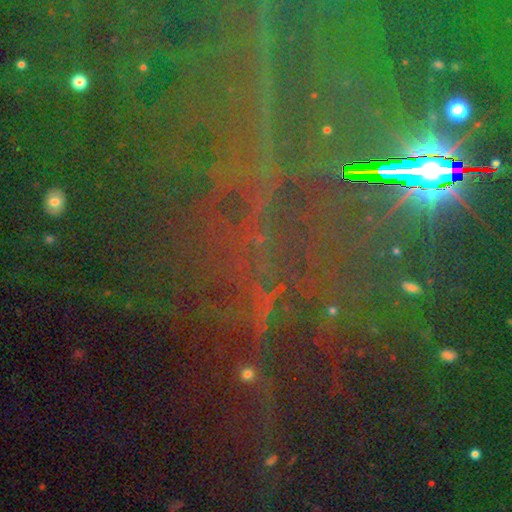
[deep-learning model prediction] Morphology: type=star or artifact (86%).